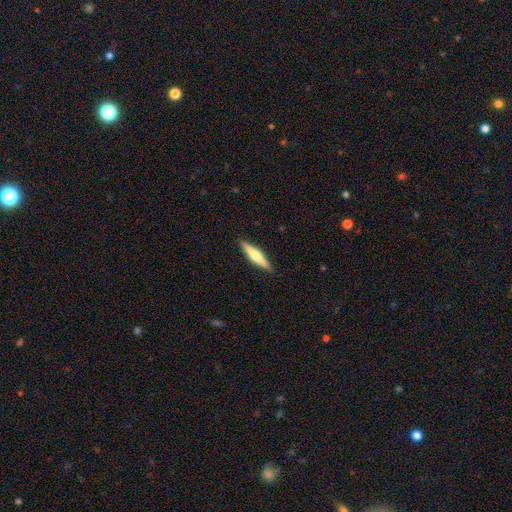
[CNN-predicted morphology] A featured or disk galaxy (52%) viewed edge-on (96%). Merging: none (91%).